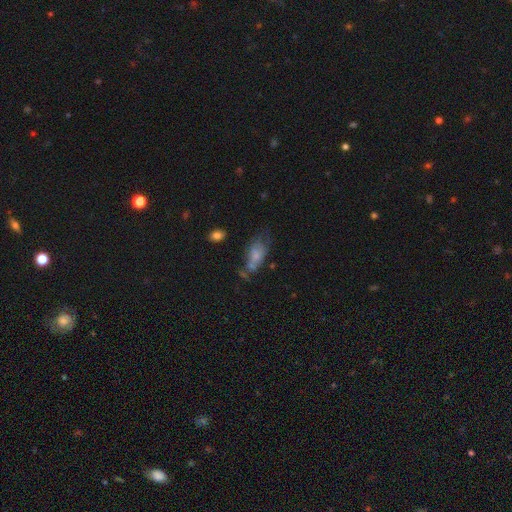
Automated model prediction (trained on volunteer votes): Smooth or featured? Predicted: smooth (p=0.54). How rounded? Predicted: in between (p=0.86). Merging? Predicted: none (p=0.31).